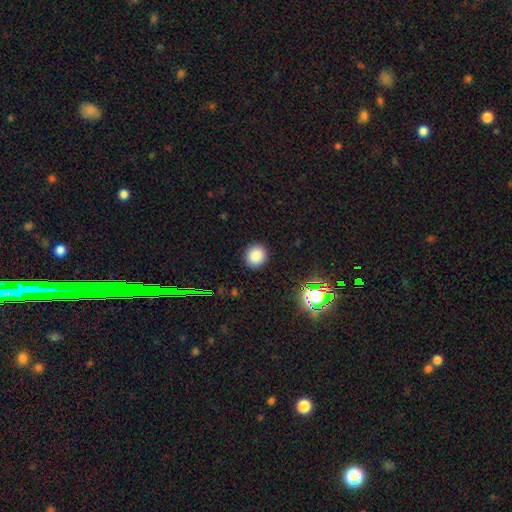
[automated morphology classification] Overall: smooth (83%). How rounded: round (83%). Merging: none (91%).